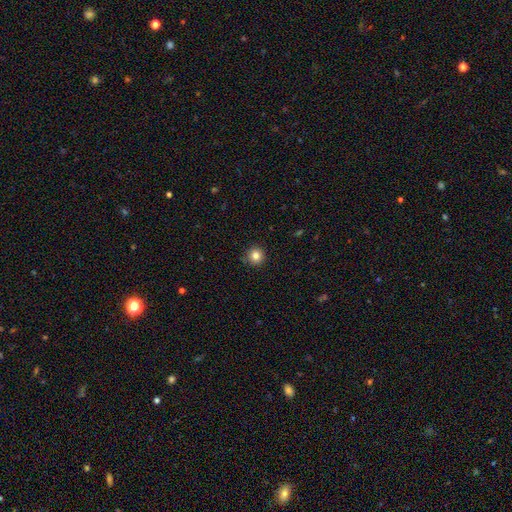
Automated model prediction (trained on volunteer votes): Smooth or featured? smooth (82%)
How rounded? round (95%)
Merging? none (91%)